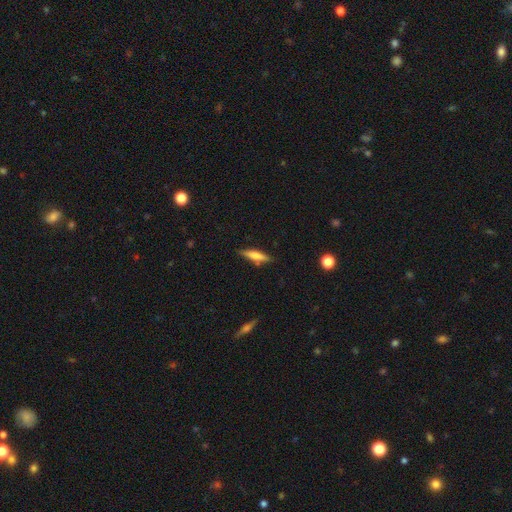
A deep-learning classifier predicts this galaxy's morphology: Smooth or featured: smooth — 62% (featured or disk — 31%)
How rounded: cigar-shaped — 79% (in between — 20%)
Merging: none — 81% (minor disturbance — 13%)